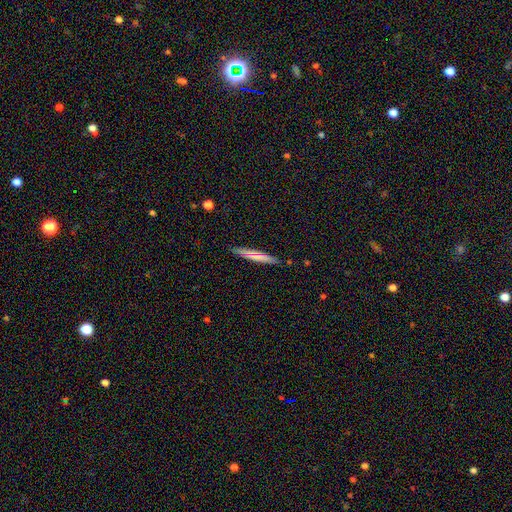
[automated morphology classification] Smooth or featured?
  - smooth: 62% *
  - featured or disk: 31%
  - star or artifact: 7%
How rounded?
  - cigar-shaped: 92% *
  - in between: 6%
  - round: 2%
Merging?
  - none: 87% *
  - minor disturbance: 9%
  - major disturbance: 2%
  - merger: 2%